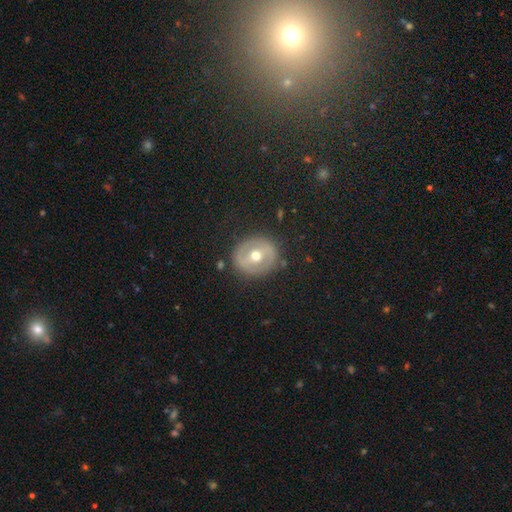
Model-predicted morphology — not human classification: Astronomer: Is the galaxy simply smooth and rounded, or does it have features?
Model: featured or disk — 54% (runner-up: smooth, 35%).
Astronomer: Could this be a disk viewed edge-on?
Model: no — 94%.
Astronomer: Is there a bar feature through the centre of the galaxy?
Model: no — 45% (runner-up: weak, 33%).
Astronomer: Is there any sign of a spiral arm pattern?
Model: no — 72%.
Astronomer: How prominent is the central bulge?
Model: moderate — 81%.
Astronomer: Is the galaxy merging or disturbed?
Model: none — 85%.